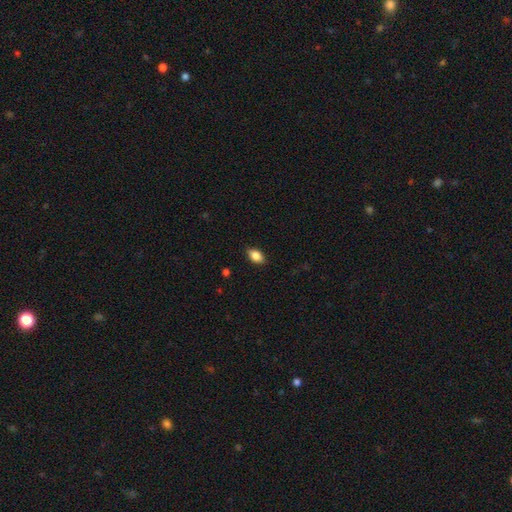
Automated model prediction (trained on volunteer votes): Smooth or featured? Predicted: smooth (p=0.83). How rounded? Predicted: in between (p=0.88). Merging? Predicted: none (p=0.86).